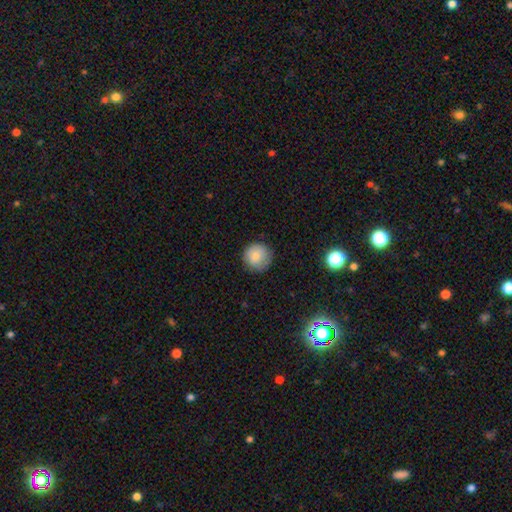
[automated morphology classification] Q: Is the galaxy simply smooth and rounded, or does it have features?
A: smooth — 82%.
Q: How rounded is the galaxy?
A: round — 95%.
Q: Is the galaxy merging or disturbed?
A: none — 85%.